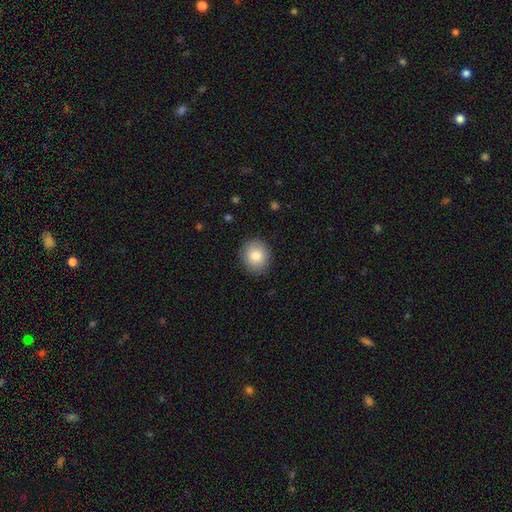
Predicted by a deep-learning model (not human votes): Overall: smooth (82%). How rounded: round (76%). Merging: none (89%).